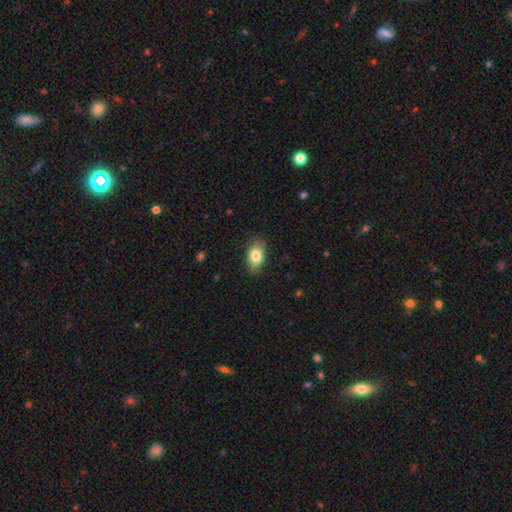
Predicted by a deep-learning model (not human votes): A smooth galaxy with no disk features (80%) that is in between round and cigar-shaped (88%).

Vote fractions:
- Smooth or featured? smooth: 80% / featured or disk: 13% / star or artifact: 7%
- How rounded? in between: 88% / round: 10% / cigar-shaped: 2%
- Merging? none: 83% / minor disturbance: 13% / major disturbance: 3% / merger: 1%